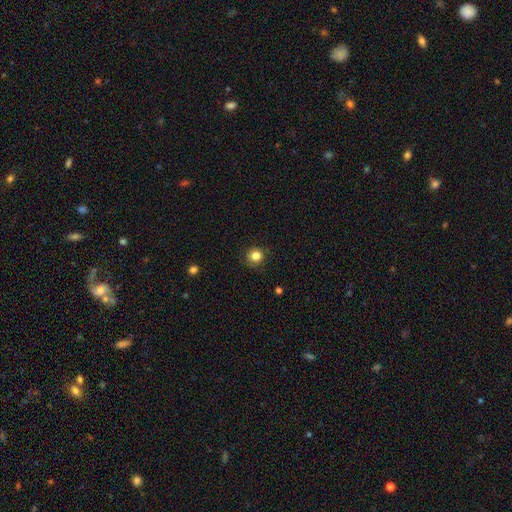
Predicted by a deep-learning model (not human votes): Smooth or featured? Predicted: smooth (p=0.82). How rounded? Predicted: round (p=0.91). Merging? Predicted: none (p=0.87).